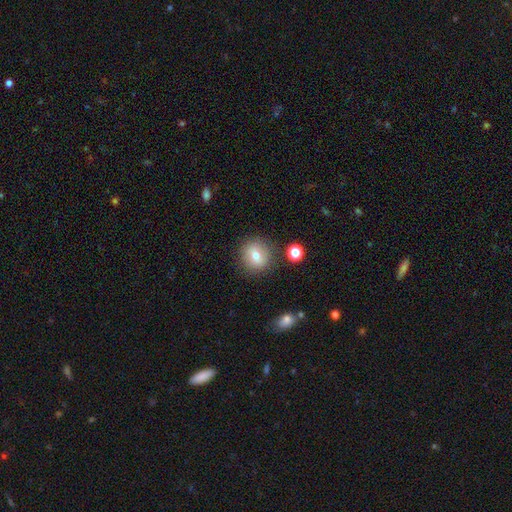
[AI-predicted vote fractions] A smooth galaxy with no disk features (72%) that is round (88%).

Vote fractions:
- Smooth or featured? smooth: 72% / featured or disk: 18% / star or artifact: 11%
- How rounded? round: 88% / in between: 11% / cigar-shaped: 1%
- Merging? none: 85% / minor disturbance: 9% / merger: 3% / major disturbance: 3%